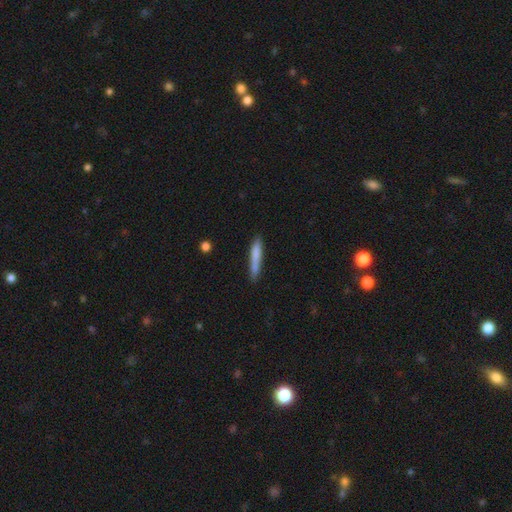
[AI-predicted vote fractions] Overall: smooth (77%). How rounded: cigar-shaped (93%). Merging: none (79%).